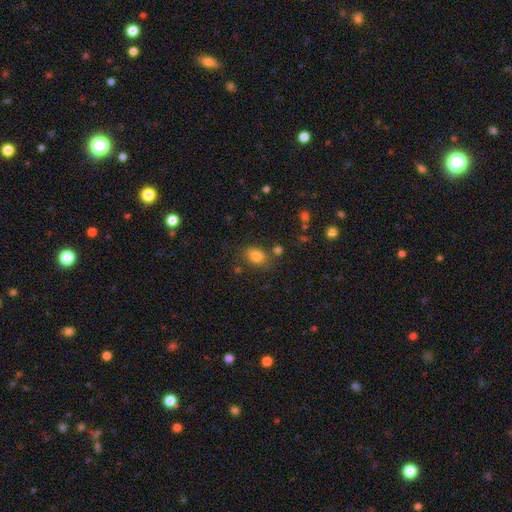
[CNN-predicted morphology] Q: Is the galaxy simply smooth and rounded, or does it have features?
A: smooth — 81%.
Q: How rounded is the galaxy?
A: in between — 61%.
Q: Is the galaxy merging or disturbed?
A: none — 67%.